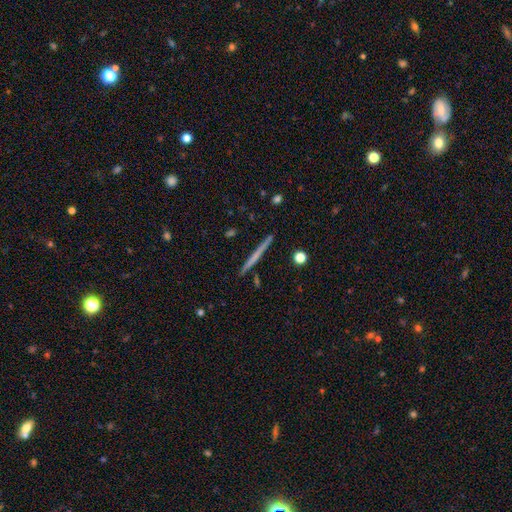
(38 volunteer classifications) Smooth or featured? featured or disk (58%)
Edge-on disk? yes (100%)
Edge-on bulge? none (95%)
Merging? none (95%)